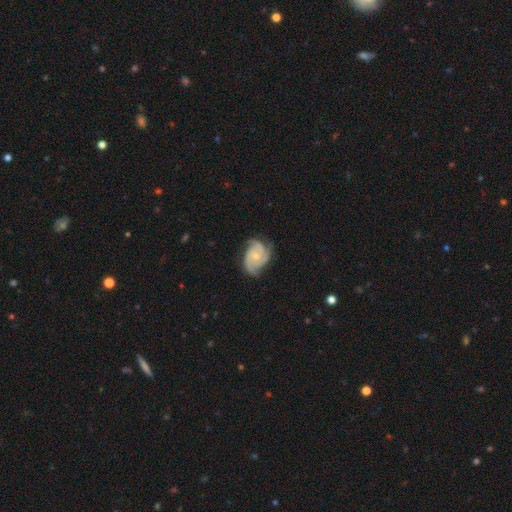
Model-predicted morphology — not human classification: smooth-or-featured: featured or disk: 88% | smooth: 8% | star or artifact: 5%
  disk-edge-on: no: 98% | yes: 2%
    bar: no: 73% | weak: 23% | strong: 4%
    has-spiral-arms: yes: 98% | no: 2%
      spiral-winding: tight: 49% | medium: 43% | loose: 8%
      spiral-arm-count: 3: 66% | 2: 12% | 4: 10% | can't tell: 6% | 1: 3% | more than 4: 3%
    bulge-size: small: 58% | moderate: 37% | none: 2% | large: 1% | dominant: 1%
  merging: none: 70% | minor disturbance: 22% | major disturbance: 7% | merger: 1%